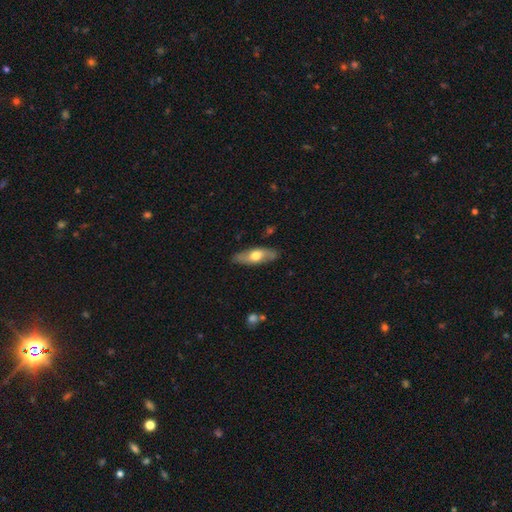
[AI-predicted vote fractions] Overall: smooth (56%; featured or disk 39%). How rounded: in between (65%; cigar-shaped 32%). Merging: none (85%).